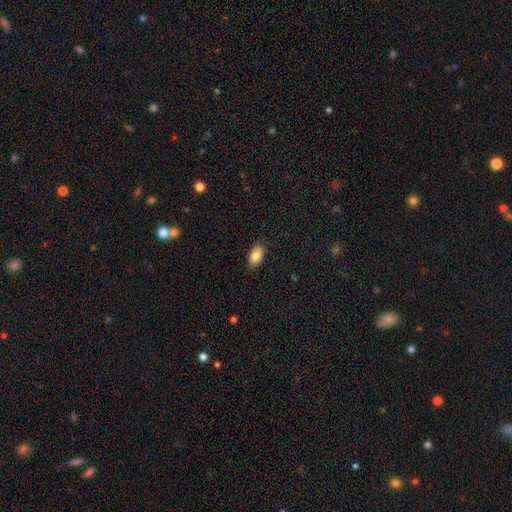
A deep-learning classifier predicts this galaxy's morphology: A smooth galaxy with no disk features (87%) that is in between round and cigar-shaped (92%).

Vote fractions:
- Smooth or featured? smooth: 87% / star or artifact: 8% / featured or disk: 5%
- How rounded? in between: 92% / round: 6% / cigar-shaped: 2%
- Merging? none: 85% / minor disturbance: 12% / major disturbance: 3% / merger: 1%